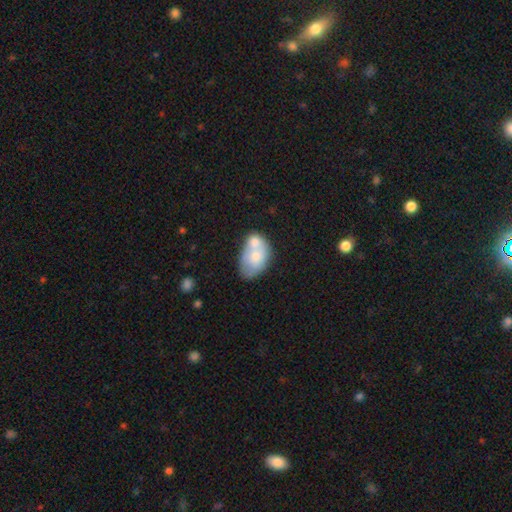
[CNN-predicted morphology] Smooth or featured? smooth (66%)
How rounded? in between (88%)
Merging? merger (48%)